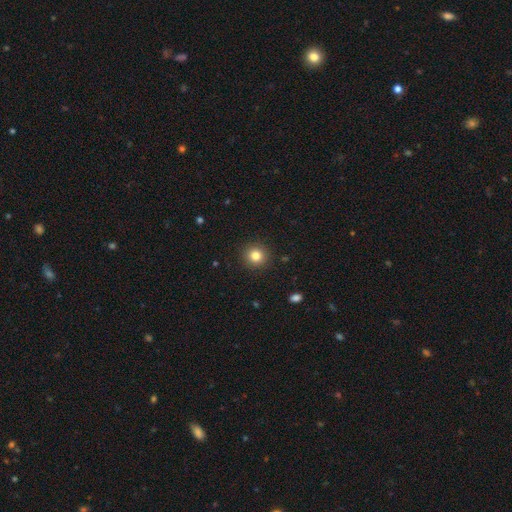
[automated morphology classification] type=smooth (82%); roundness=round (93%); merging=none (91%).